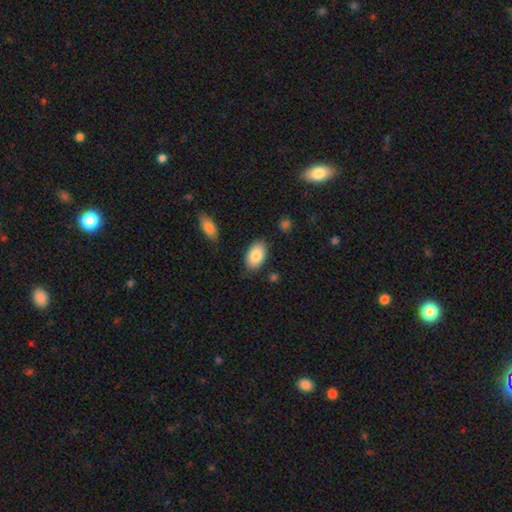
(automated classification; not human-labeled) Morphology: type=smooth (85%); roundness=in between (93%); merging=none (83%).